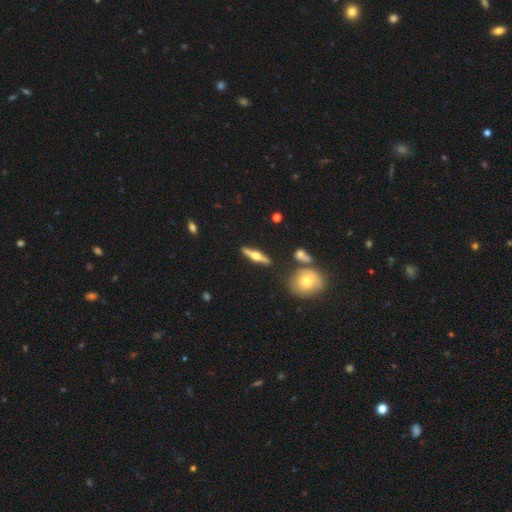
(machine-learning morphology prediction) Q: Smooth or featured?
A: featured or disk (73%); runner-up: smooth (22%)
Q: Edge-on disk?
A: yes (96%); runner-up: no (4%)
Q: Edge-on bulge?
A: rounded (95%); runner-up: boxy (3%)
Q: Merging?
A: none (87%); runner-up: minor disturbance (8%)